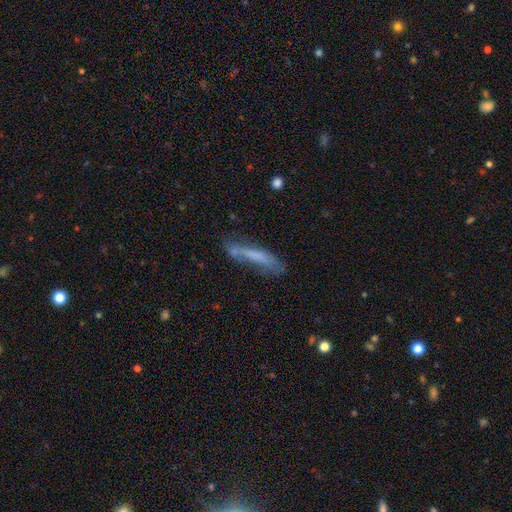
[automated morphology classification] Smooth or featured?
  - smooth: 57% *
  - featured or disk: 34%
  - star or artifact: 9%
How rounded?
  - cigar-shaped: 85% *
  - in between: 14%
  - round: 2%
Merging?
  - none: 50% *
  - minor disturbance: 27%
  - major disturbance: 15%
  - merger: 8%